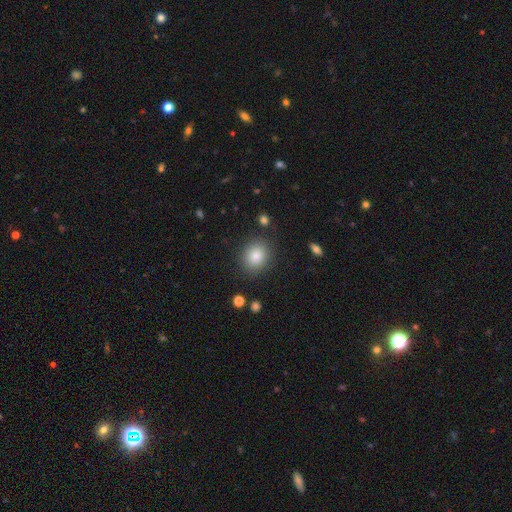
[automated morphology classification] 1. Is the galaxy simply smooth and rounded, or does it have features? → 81% smooth, 11% star or artifact, 7% featured or disk.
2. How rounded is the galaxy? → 68% round, 31% in between, 1% cigar-shaped.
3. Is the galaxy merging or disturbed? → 87% none, 8% minor disturbance, 3% major disturbance, 2% merger.